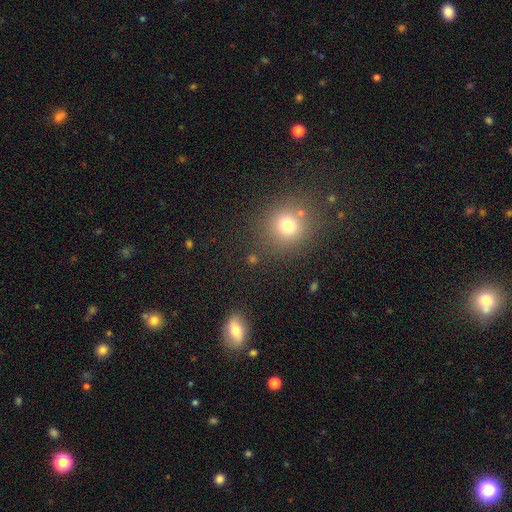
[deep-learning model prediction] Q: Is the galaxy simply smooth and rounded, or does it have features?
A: smooth — 64%.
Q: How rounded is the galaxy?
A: round — 83%.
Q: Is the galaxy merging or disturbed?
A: none — 82%.